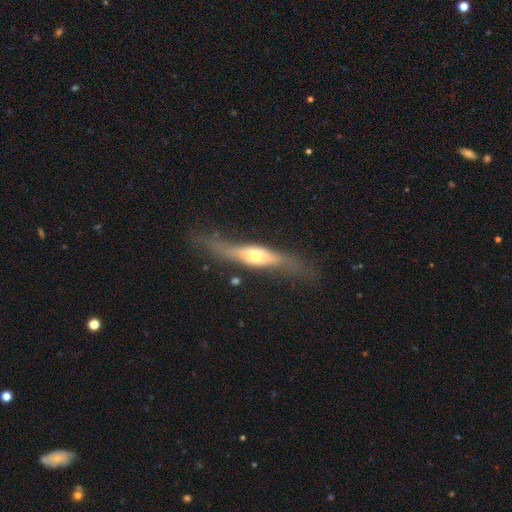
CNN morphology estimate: featured or disk 65%, smooth 29%, star or artifact 6%. Down the decision tree: edge-on disk — yes (81%); edge-on bulge — rounded (87%); merging — none (64%).